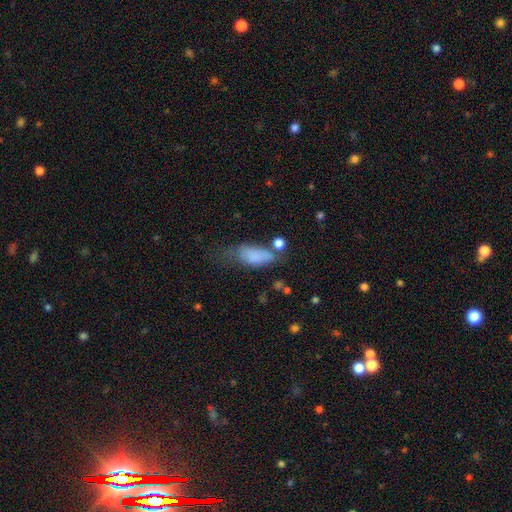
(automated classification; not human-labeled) This appears to be a smooth galaxy with no disk features (77%) that is in between round and cigar-shaped (83%). Merging: minor disturbance (32%).